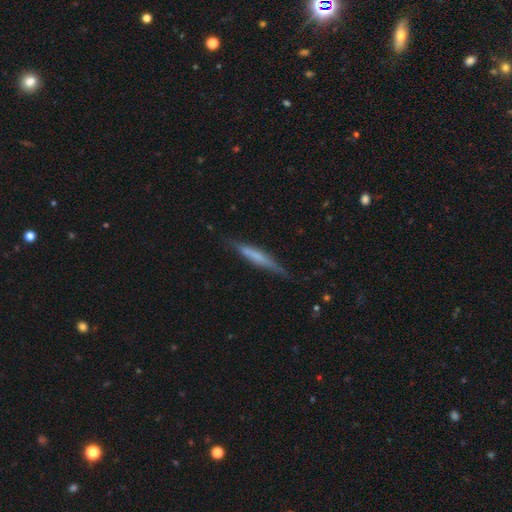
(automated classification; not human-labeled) This is possibly a smooth galaxy (47%). Merging: likely none (78%).